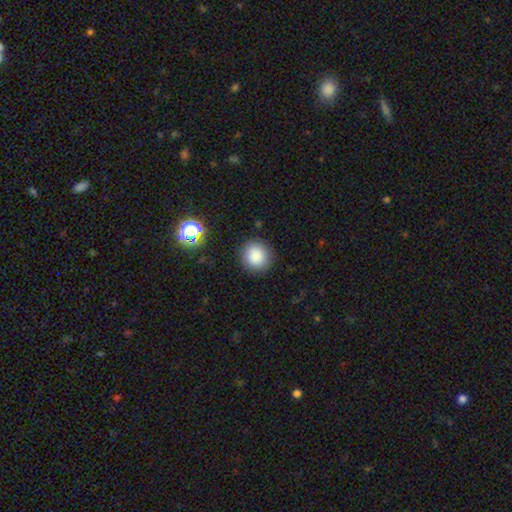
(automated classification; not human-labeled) A smooth galaxy with no disk features (85%) that is round (91%).

Vote fractions:
- Smooth or featured? smooth: 85% / star or artifact: 11% / featured or disk: 4%
- How rounded? round: 91% / in between: 8% / cigar-shaped: 1%
- Merging? none: 89% / minor disturbance: 7% / major disturbance: 3% / merger: 2%